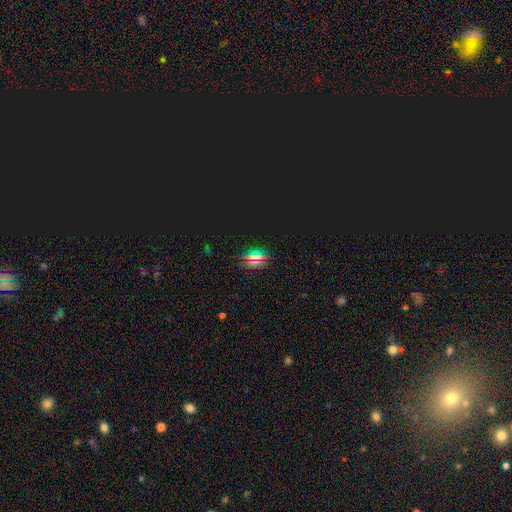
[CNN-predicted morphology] star or artifact 52%, smooth 38%, featured or disk 10%.